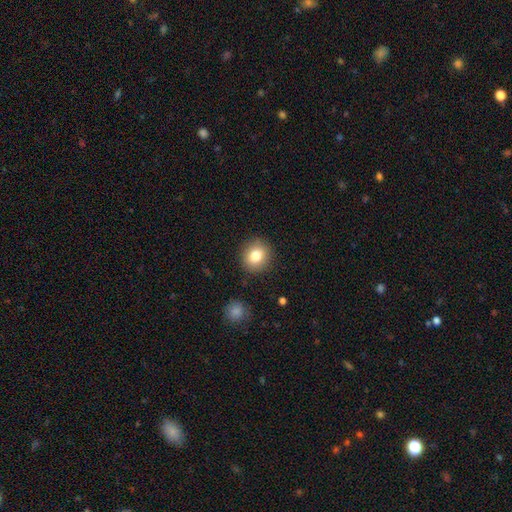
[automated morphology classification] smooth_or_featured: smooth (p=0.81) [alt: star or artifact p=0.10]
how_rounded: round (p=0.81) [alt: in between p=0.18]
merging: none (p=0.88) [alt: minor disturbance p=0.08]